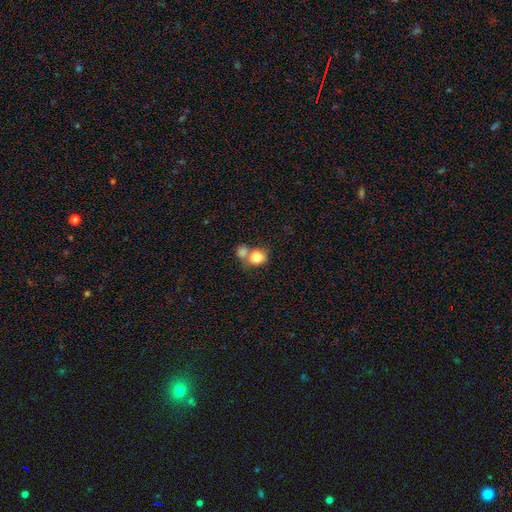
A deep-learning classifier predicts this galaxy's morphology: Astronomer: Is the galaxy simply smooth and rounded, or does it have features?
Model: smooth — 82%.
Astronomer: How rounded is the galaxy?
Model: round — 64%.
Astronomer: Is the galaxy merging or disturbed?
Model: merger — 52% (runner-up: none, 35%).